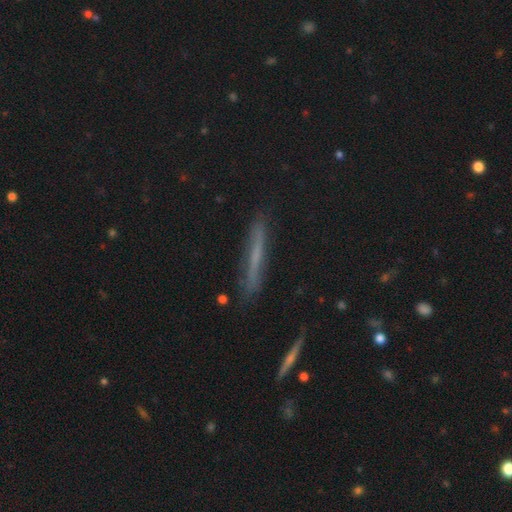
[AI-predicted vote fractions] A smooth galaxy with no disk features (48%). Merging: none (83%).